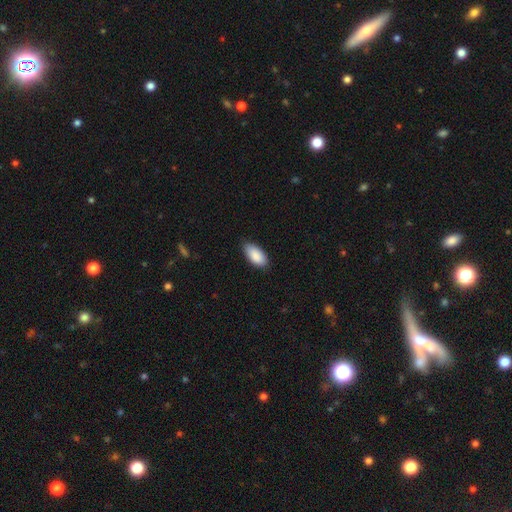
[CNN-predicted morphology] Overall: smooth (90%). How rounded: in between (94%). Merging: none (81%).